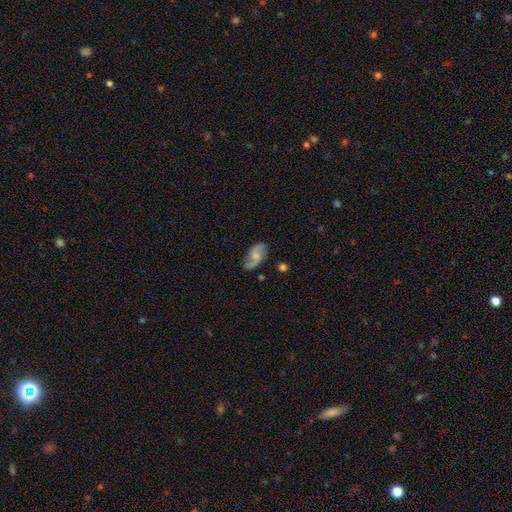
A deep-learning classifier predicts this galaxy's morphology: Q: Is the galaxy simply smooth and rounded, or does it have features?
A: featured or disk — 68%.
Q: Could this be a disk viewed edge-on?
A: no — 96%.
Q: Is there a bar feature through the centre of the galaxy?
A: no — 48%.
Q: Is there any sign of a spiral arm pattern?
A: yes — 92%.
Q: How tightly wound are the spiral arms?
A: loose — 63%.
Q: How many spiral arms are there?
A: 2 — 89%.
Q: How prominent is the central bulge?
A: none — 37%.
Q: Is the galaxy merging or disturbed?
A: none — 72%.